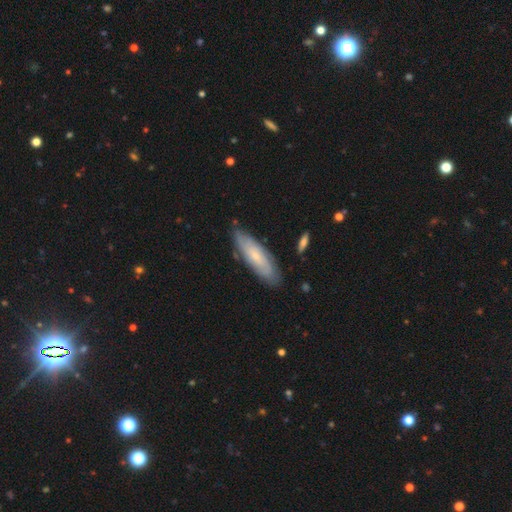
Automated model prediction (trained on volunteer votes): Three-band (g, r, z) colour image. It shows a smooth galaxy with no disk features (50%). Merging: none (80%).